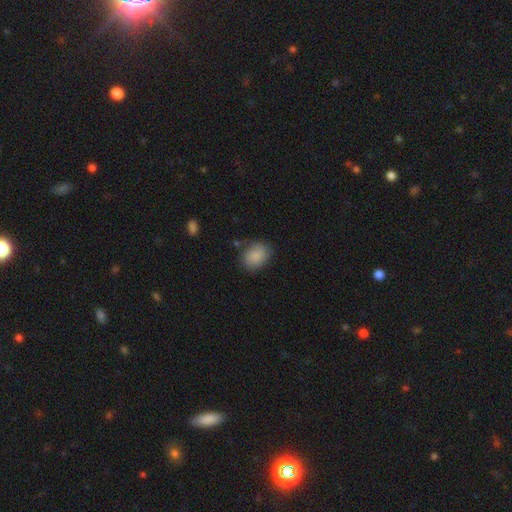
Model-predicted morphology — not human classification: Smooth or featured: smooth — 86% (star or artifact — 7%)
How rounded: in between — 53% (round — 46%)
Merging: none — 74% (minor disturbance — 18%)